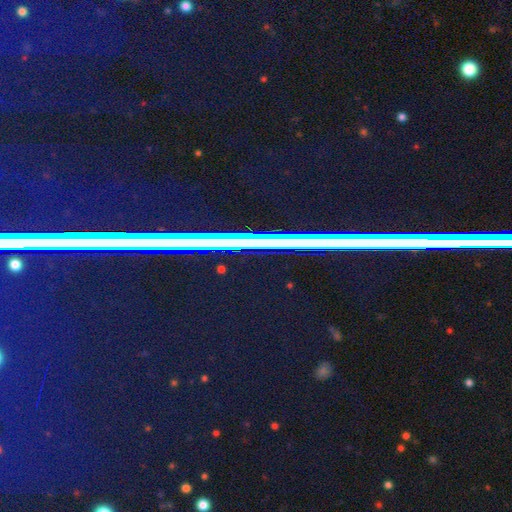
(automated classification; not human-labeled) Smooth or featured? Predicted: star or artifact (p=0.76).